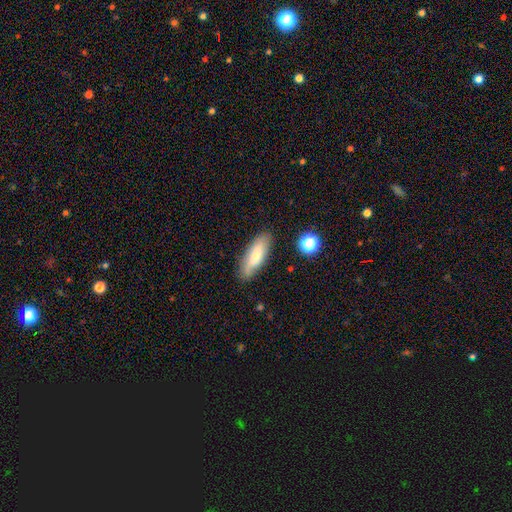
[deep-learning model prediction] A smooth galaxy with no disk features (69%) that is in between round and cigar-shaped (57%).

Vote fractions:
- Smooth or featured? smooth: 69% / featured or disk: 23% / star or artifact: 8%
- How rounded? in between: 57% / cigar-shaped: 41% / round: 2%
- Merging? none: 81% / minor disturbance: 14% / major disturbance: 3% / merger: 2%